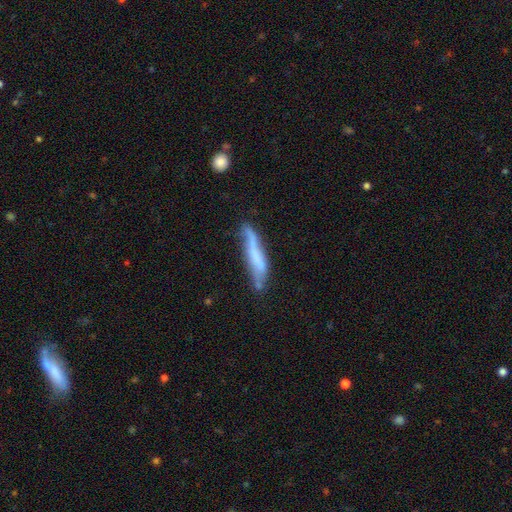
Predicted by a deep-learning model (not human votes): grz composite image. It shows a smooth galaxy with no disk features (48%). Merging: none (53%).